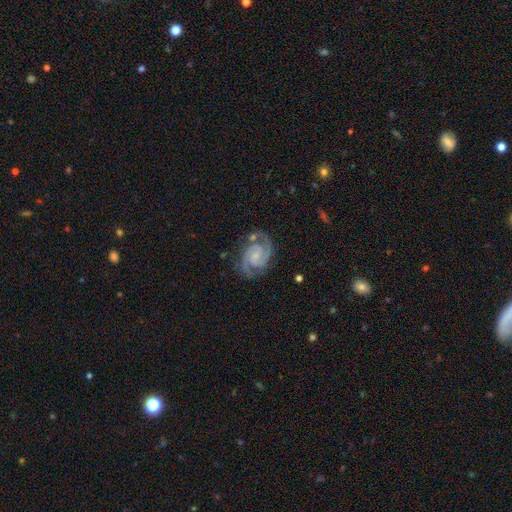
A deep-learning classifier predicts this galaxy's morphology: The model was most divided on "spiral winding": tight: 60%, medium: 36%, loose: 4%. More confident: spiral arms — yes (99%); edge-on disk — no (98%); smooth or featured — featured or disk (92%); spiral arm count — 2 (89%); merging — none (76%); bulge size — small (60%); bar — no (58%).